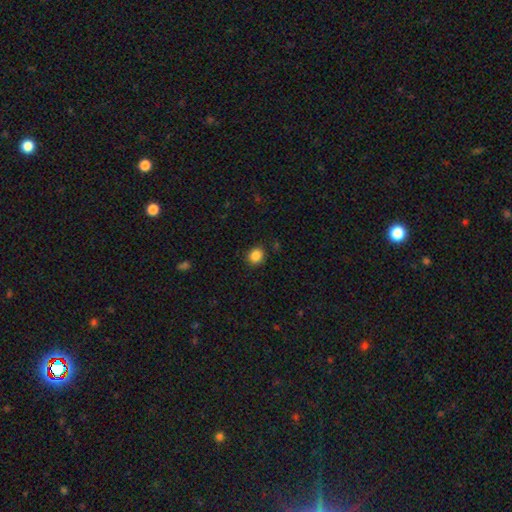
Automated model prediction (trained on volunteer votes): This appears to be a smooth galaxy with no disk features (86%) that is round (73%). Merging: none (87%).